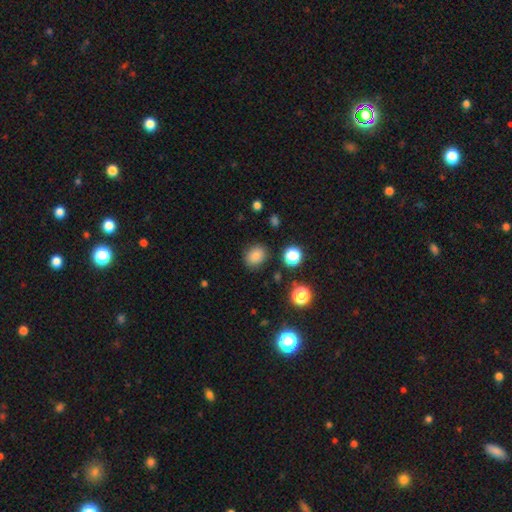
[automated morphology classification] Smooth or featured? Predicted: smooth (p=0.81). How rounded? Predicted: round (p=0.58). Merging? Predicted: none (p=0.84).